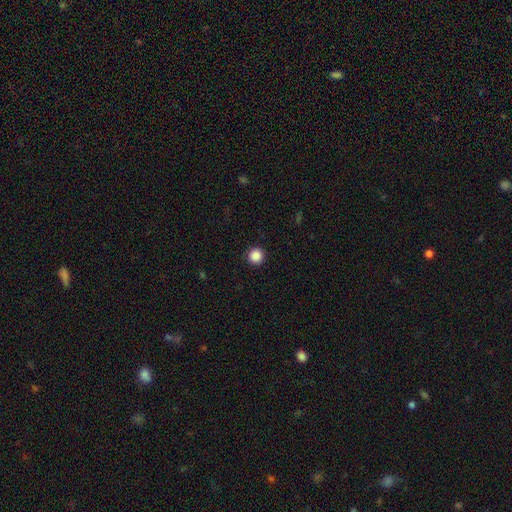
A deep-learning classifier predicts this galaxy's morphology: Overall: smooth (88%). How rounded: round (96%). Merging: none (92%).